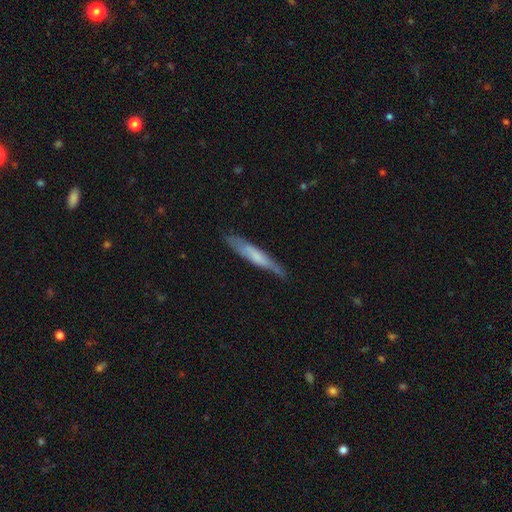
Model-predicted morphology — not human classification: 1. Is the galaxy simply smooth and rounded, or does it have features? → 54% smooth, 40% featured or disk, 6% star or artifact.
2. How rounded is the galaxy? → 90% cigar-shaped, 9% in between, 1% round.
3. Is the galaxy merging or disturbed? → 72% none, 22% minor disturbance, 5% major disturbance, 2% merger.